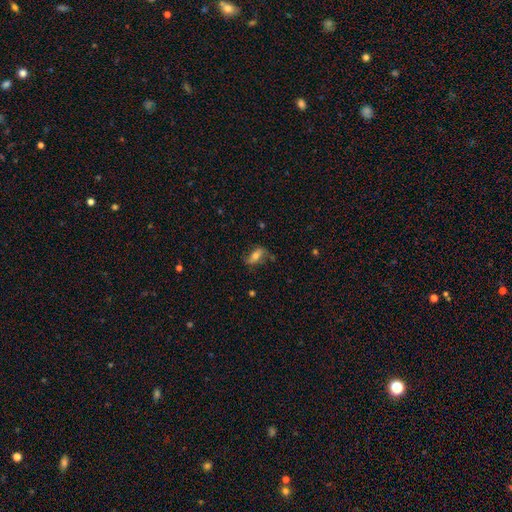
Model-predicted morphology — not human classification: Smooth or featured? Predicted: smooth (p=0.51). How rounded? Predicted: in between (p=0.78). Merging? Predicted: none (p=0.66).